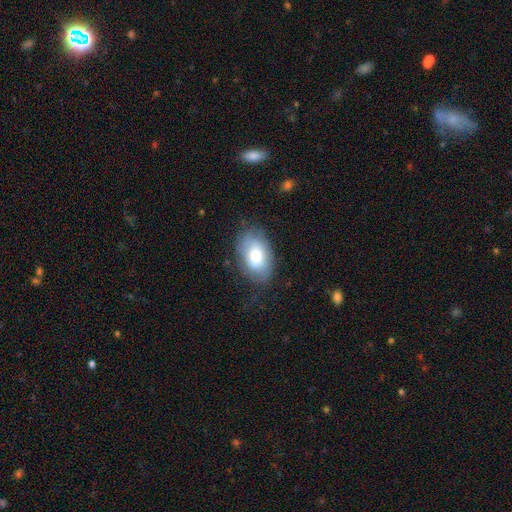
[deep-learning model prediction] Q: Smooth or featured?
A: smooth (64%); runner-up: featured or disk (29%)
Q: How rounded?
A: in between (88%); runner-up: round (11%)
Q: Merging?
A: none (71%); runner-up: minor disturbance (20%)